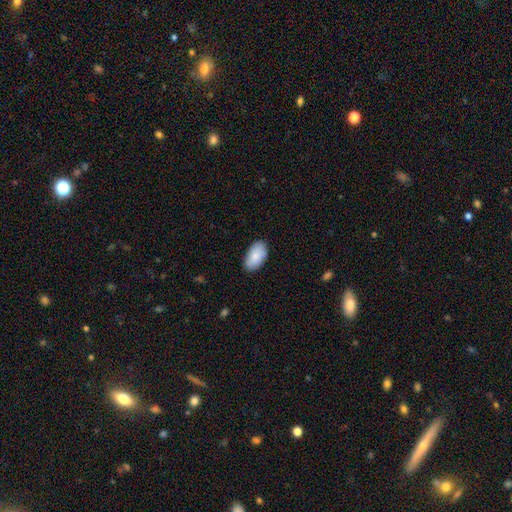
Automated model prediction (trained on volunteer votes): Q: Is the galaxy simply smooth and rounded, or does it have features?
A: smooth — 86%.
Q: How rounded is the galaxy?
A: in between — 95%.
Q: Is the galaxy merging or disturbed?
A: none — 84%.